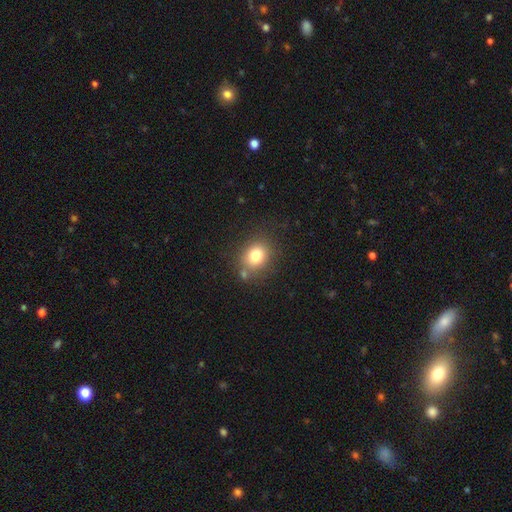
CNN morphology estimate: A smooth galaxy with no disk features (78%) that is round (66%). Merging: none (77%).